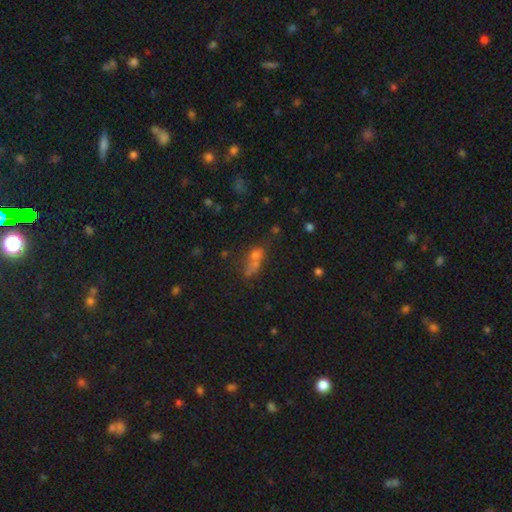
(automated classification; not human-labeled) Smooth or featured: smooth — 60% (star or artifact — 25%)
How rounded: in between — 51% (round — 33%)
Merging: none — 38% (merger — 35%)